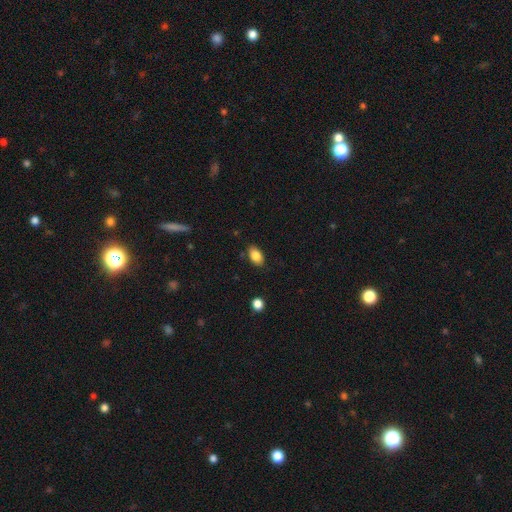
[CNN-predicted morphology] Smooth or featured? smooth (85%)
How rounded? in between (90%)
Merging? none (83%)